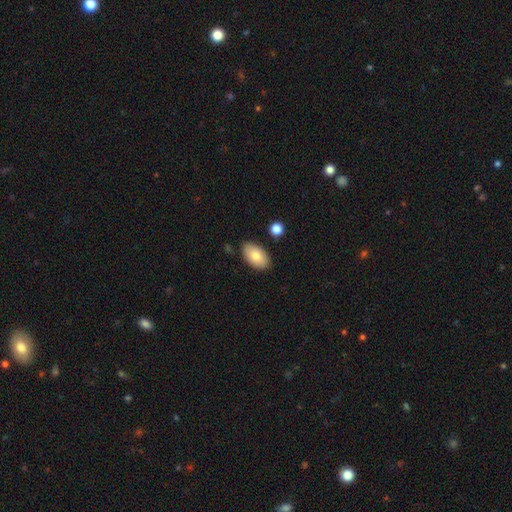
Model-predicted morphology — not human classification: A smooth galaxy with no disk features (79%) that is in between round and cigar-shaped (94%).

Vote fractions:
- Smooth or featured? smooth: 79% / featured or disk: 14% / star or artifact: 7%
- How rounded? in between: 94% / round: 4% / cigar-shaped: 1%
- Merging? none: 84% / minor disturbance: 11% / merger: 3% / major disturbance: 2%